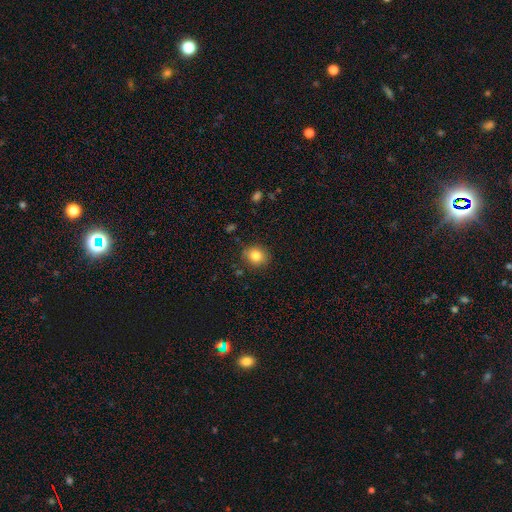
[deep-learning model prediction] Q: Smooth or featured?
A: smooth (82%); runner-up: star or artifact (10%)
Q: How rounded?
A: round (72%); runner-up: in between (27%)
Q: Merging?
A: none (86%); runner-up: minor disturbance (10%)